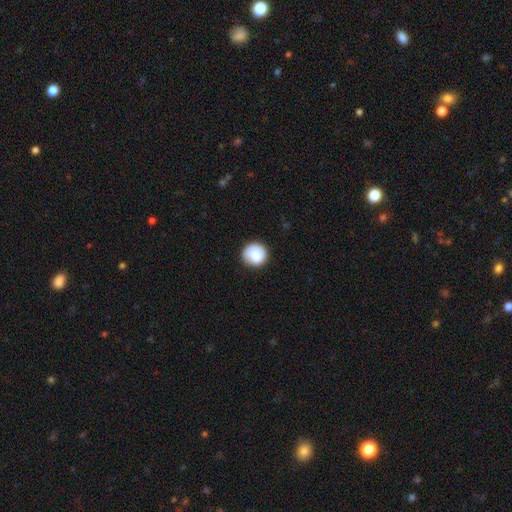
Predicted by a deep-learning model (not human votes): Smooth or featured? smooth (80%)
How rounded? round (93%)
Merging? none (86%)